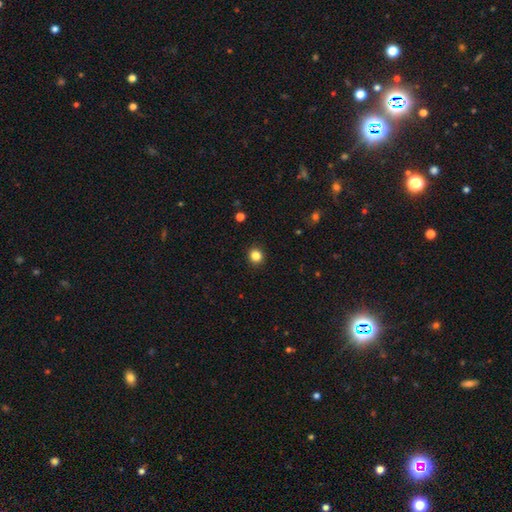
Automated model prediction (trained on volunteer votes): The model was most divided on "smooth or featured": smooth: 84%, star or artifact: 12%, featured or disk: 4%. More confident: merging — none (92%); how rounded — round (89%).